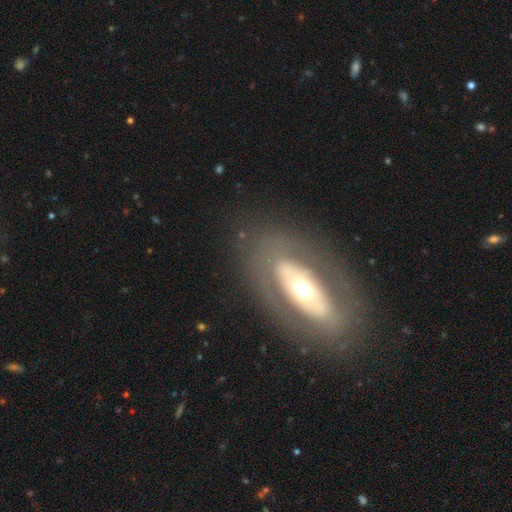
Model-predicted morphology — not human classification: The model was most divided on "bar": no: 63%, strong: 20%, weak: 17%. More confident: edge-on disk — no (85%); merging — none (83%); spiral arms — no (73%); smooth or featured — featured or disk (69%); bulge size — moderate (62%).